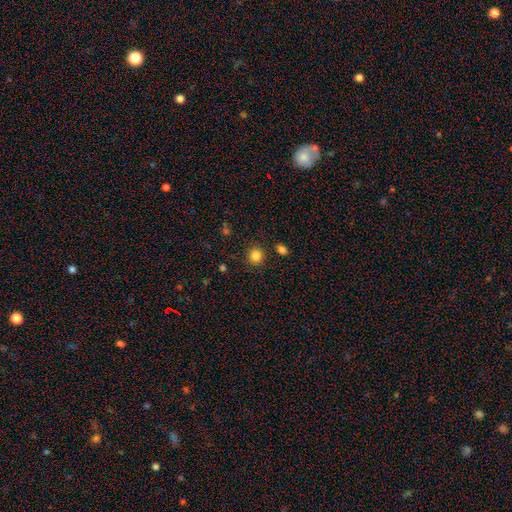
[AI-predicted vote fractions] Morphology: type=smooth (85%); roundness=round (88%); merging=none (87%).